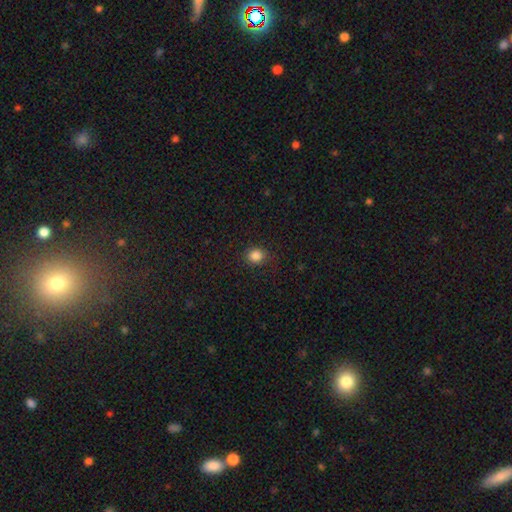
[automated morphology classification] Smooth or featured?
  - smooth: 85% *
  - star or artifact: 11%
  - featured or disk: 4%
How rounded?
  - round: 74% *
  - in between: 25%
  - cigar-shaped: 1%
Merging?
  - none: 84% *
  - minor disturbance: 12%
  - major disturbance: 3%
  - merger: 1%